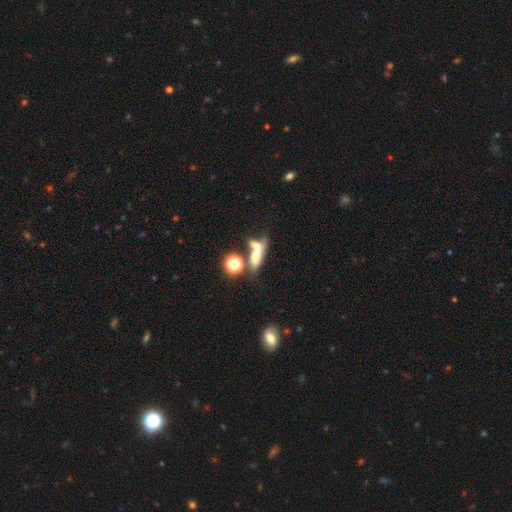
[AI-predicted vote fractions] Overall: smooth (57%; featured or disk 27%). How rounded: in between (50%; cigar-shaped 33%). Merging: merger (46%; none 27%).